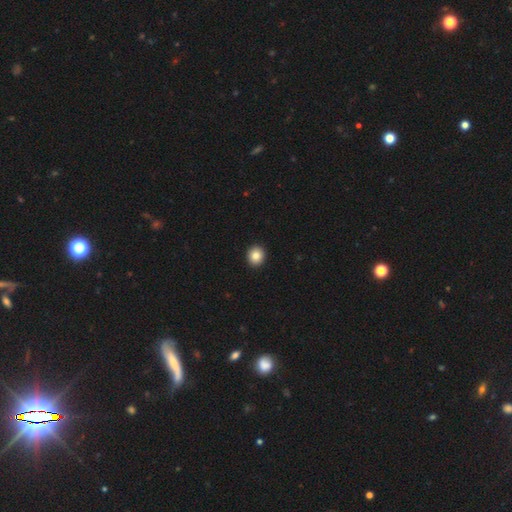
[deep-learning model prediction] A smooth galaxy with no disk features (86%) that is round (80%). Merging: none (94%).